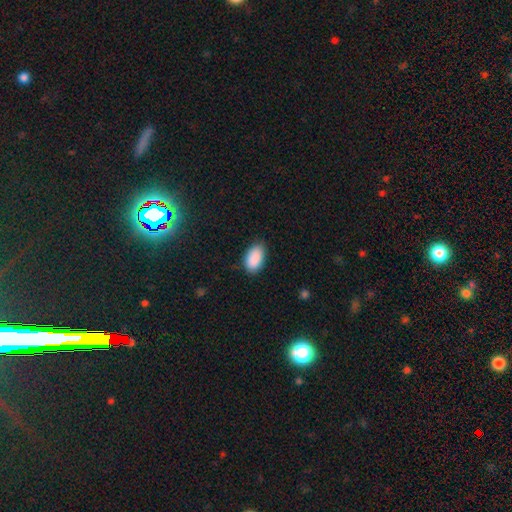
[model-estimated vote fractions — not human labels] Smooth or featured? Predicted: smooth (p=0.91). How rounded? Predicted: in between (p=0.95). Merging? Predicted: none (p=0.82).